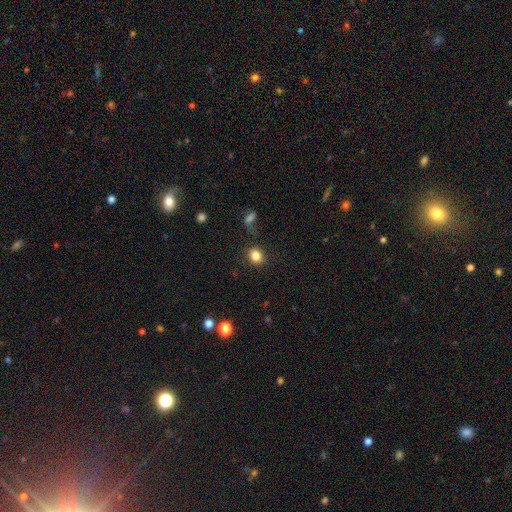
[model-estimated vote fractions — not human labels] This appears to be a smooth galaxy with no disk features (83%) that is round (71%). Merging: none (83%).